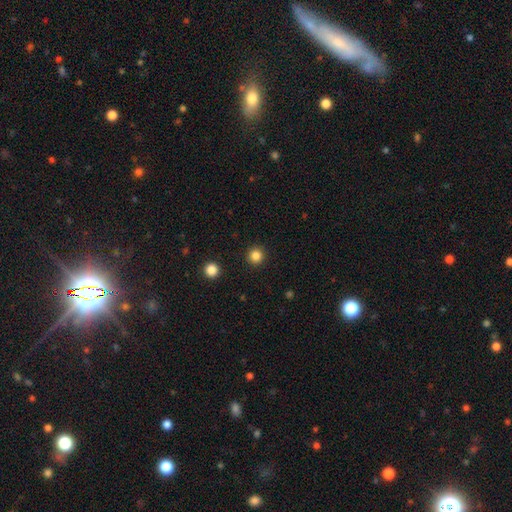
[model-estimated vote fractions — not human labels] Smooth or featured? Predicted: smooth (p=0.83). How rounded? Predicted: round (p=0.95). Merging? Predicted: none (p=0.92).